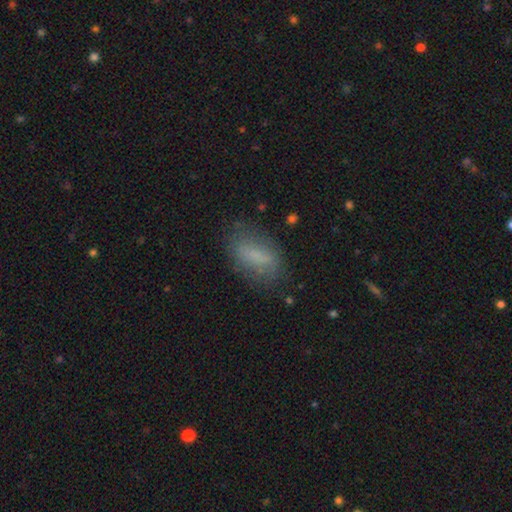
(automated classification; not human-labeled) smooth 69%, featured or disk 21%, star or artifact 10%. Down the decision tree: how rounded — in between (81%); merging — none (71%).